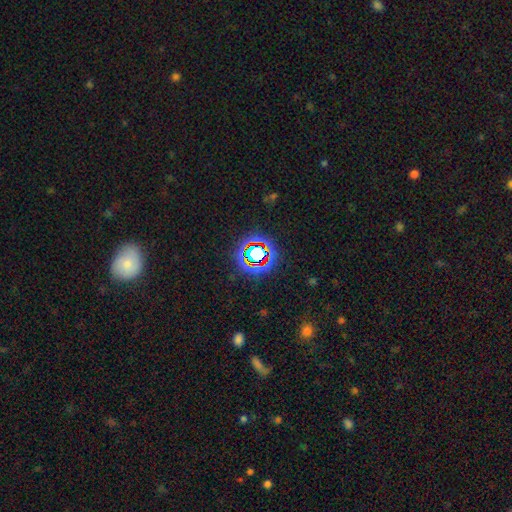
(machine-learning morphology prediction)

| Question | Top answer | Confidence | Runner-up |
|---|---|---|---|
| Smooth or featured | star or artifact | 65% | smooth (23%) |